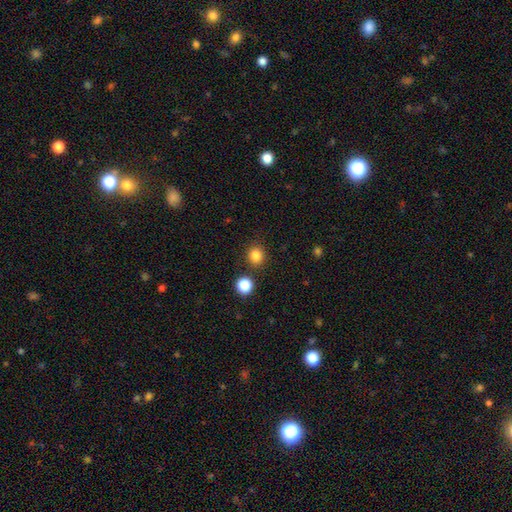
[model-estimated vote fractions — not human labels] A smooth galaxy with no disk features (84%) that is round (86%).

Vote fractions:
- Smooth or featured? smooth: 84% / star or artifact: 12% / featured or disk: 4%
- How rounded? round: 86% / in between: 13% / cigar-shaped: 1%
- Merging? none: 86% / minor disturbance: 7% / merger: 5% / major disturbance: 2%